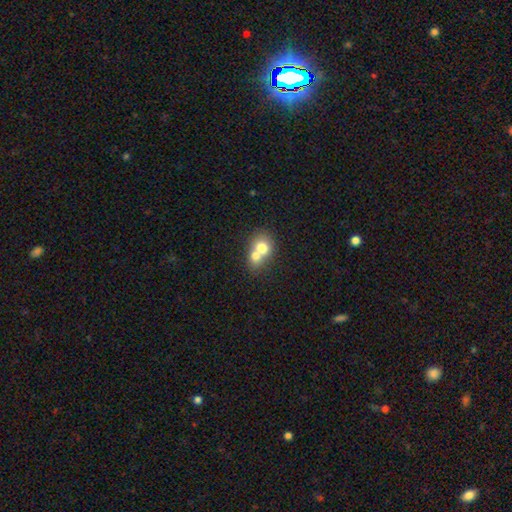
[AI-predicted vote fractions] Smooth or featured?
  - smooth: 70% *
  - featured or disk: 21%
  - star or artifact: 9%
How rounded?
  - round: 61% *
  - in between: 38%
  - cigar-shaped: 1%
Merging?
  - merger: 73% *
  - none: 20%
  - minor disturbance: 5%
  - major disturbance: 3%